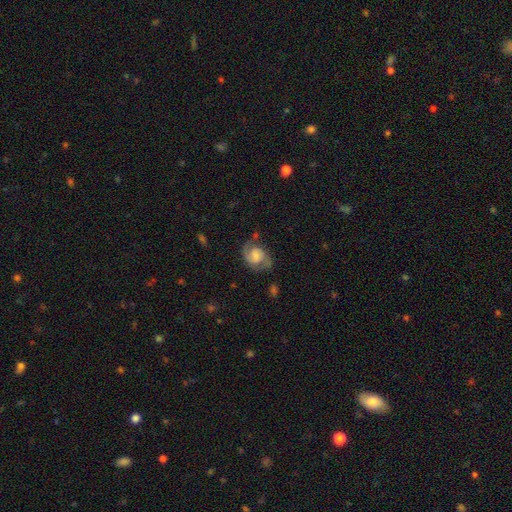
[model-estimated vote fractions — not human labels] featured or disk 75%, smooth 18%, star or artifact 7%. Down the decision tree: edge-on disk — no (98%); bar — no (46%); spiral arms — yes (94%); spiral arm count — 2 (87%); spiral winding — medium (52%); bulge size — small (38%); merging — none (66%).